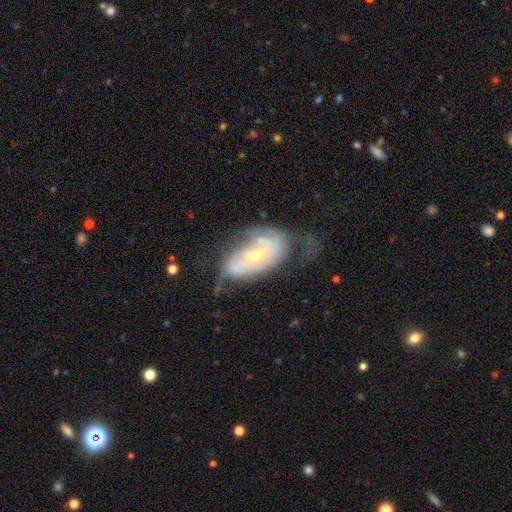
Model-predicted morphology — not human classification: Smooth or featured?
  - featured or disk: 76% *
  - smooth: 18%
  - star or artifact: 7%
Edge-on disk?
  - no: 94% *
  - yes: 6%
Bar?
  - no: 61% *
  - weak: 29%
  - strong: 10%
Spiral arms?
  - yes: 78% *
  - no: 22%
Spiral winding?
  - tight: 52% *
  - medium: 32%
  - loose: 16%
Spiral arm count?
  - can't tell: 42% *
  - 2: 39%
  - 3: 8%
  - 1: 6%
  - 4: 3%
  - more than 4: 2%
Bulge size?
  - small: 50% *
  - moderate: 46%
  - large: 2%
  - none: 1%
  - dominant: 1%
Merging?
  - none: 43% *
  - minor disturbance: 27%
  - major disturbance: 26%
  - merger: 4%